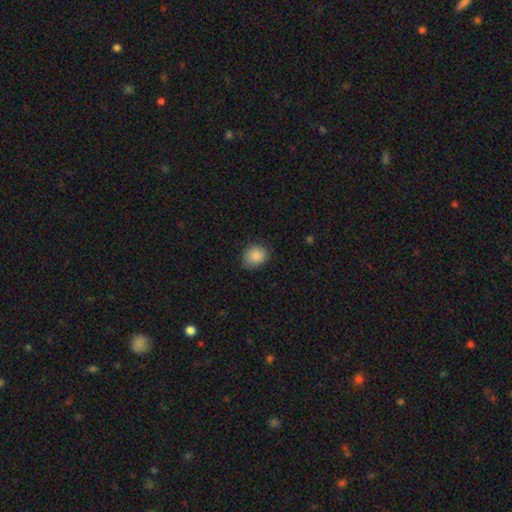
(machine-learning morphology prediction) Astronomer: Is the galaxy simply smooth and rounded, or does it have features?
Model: smooth — 86%.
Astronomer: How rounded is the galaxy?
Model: round — 69%.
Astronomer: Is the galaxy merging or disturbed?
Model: none — 80%.